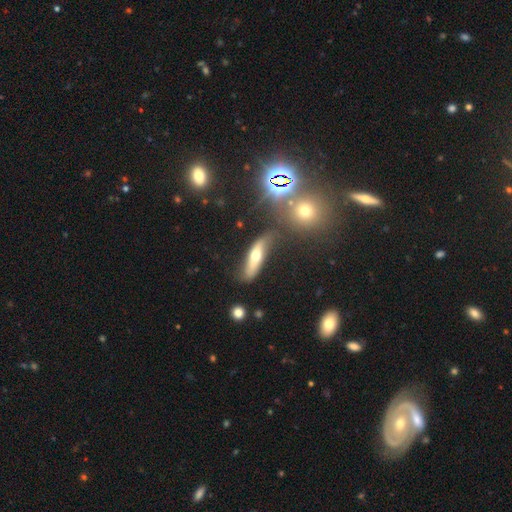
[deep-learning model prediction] smooth-or-featured: smooth: 49% | featured or disk: 42% | star or artifact: 9%
  merging: none: 63% | minor disturbance: 21% | major disturbance: 9% | merger: 7%